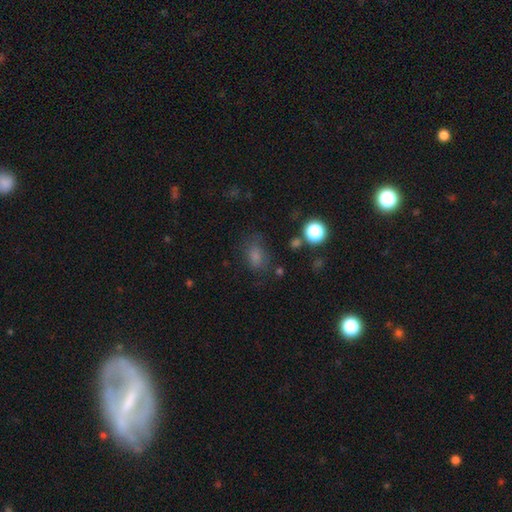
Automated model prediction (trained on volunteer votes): smooth_or_featured: smooth (p=0.72) [alt: star or artifact p=0.18]
how_rounded: in between (p=0.69) [alt: round p=0.29]
merging: none (p=0.64) [alt: minor disturbance p=0.22]